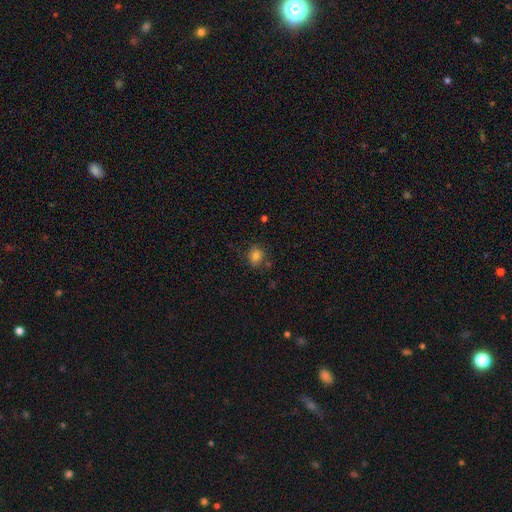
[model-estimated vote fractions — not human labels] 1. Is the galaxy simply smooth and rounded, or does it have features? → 80% smooth, 13% star or artifact, 7% featured or disk.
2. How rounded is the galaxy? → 66% round, 33% in between, 1% cigar-shaped.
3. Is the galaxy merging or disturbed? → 76% none, 16% minor disturbance, 5% merger, 4% major disturbance.